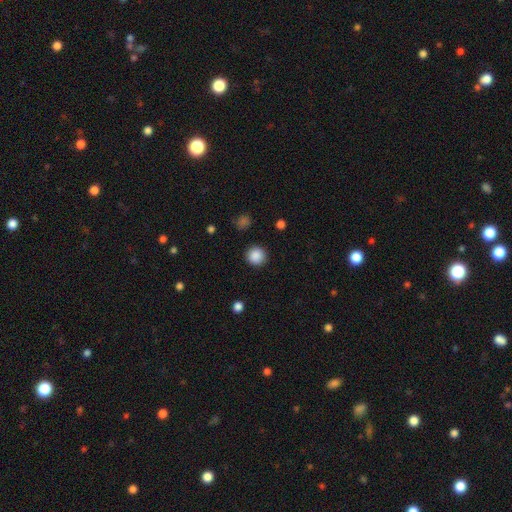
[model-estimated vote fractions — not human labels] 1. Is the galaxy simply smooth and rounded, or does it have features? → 88% smooth, 9% star or artifact, 3% featured or disk.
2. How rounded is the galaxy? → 94% round, 5% in between, 1% cigar-shaped.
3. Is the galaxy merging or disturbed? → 91% none, 6% minor disturbance, 2% major disturbance, 1% merger.